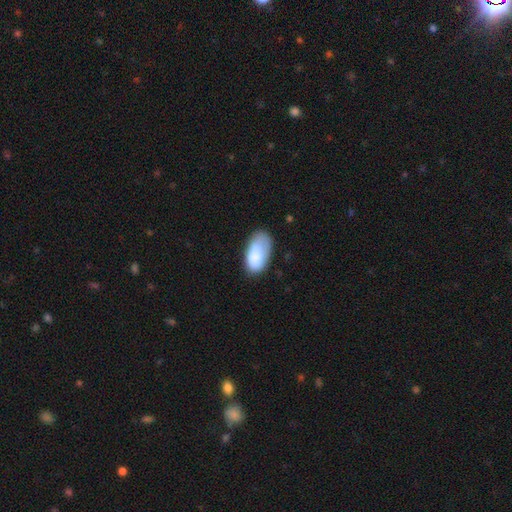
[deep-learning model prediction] smooth 82%, featured or disk 11%, star or artifact 7%. Down the decision tree: how rounded — in between (95%); merging — none (57%).